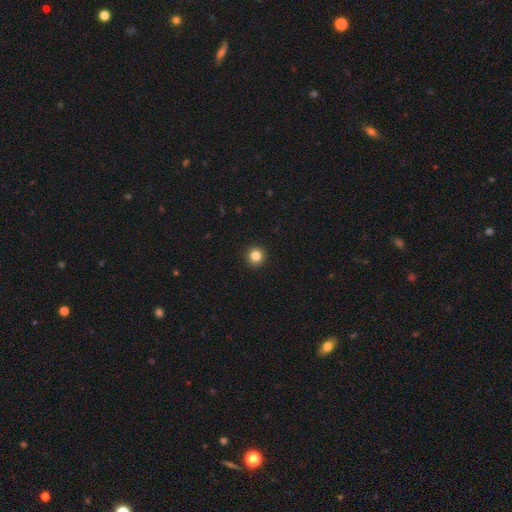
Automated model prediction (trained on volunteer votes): Smooth or featured?
  - smooth: 84% *
  - star or artifact: 11%
  - featured or disk: 5%
How rounded?
  - round: 95% *
  - in between: 5%
  - cigar-shaped: 1%
Merging?
  - none: 94% *
  - minor disturbance: 4%
  - major disturbance: 1%
  - merger: 1%